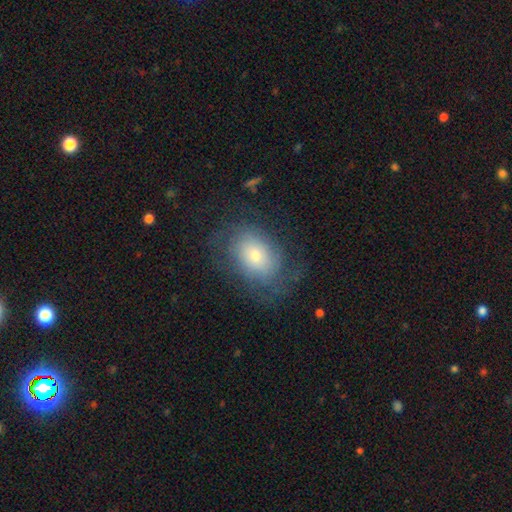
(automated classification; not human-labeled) Smooth or featured? smooth (47%)
Merging? none (64%)